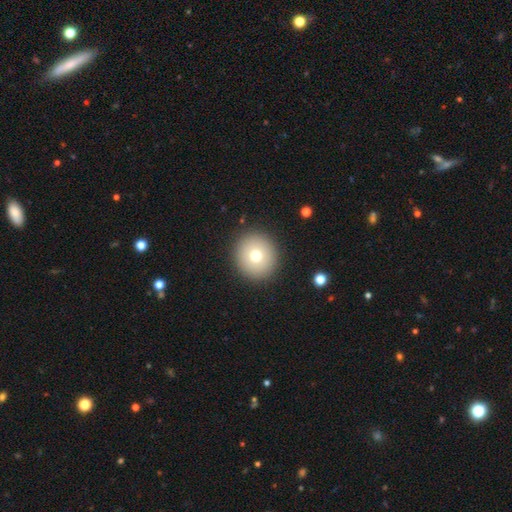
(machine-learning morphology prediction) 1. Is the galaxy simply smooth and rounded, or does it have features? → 72% smooth, 15% featured or disk, 12% star or artifact.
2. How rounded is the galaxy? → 93% round, 6% in between, 1% cigar-shaped.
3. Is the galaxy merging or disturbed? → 92% none, 5% minor disturbance, 2% major disturbance, 1% merger.